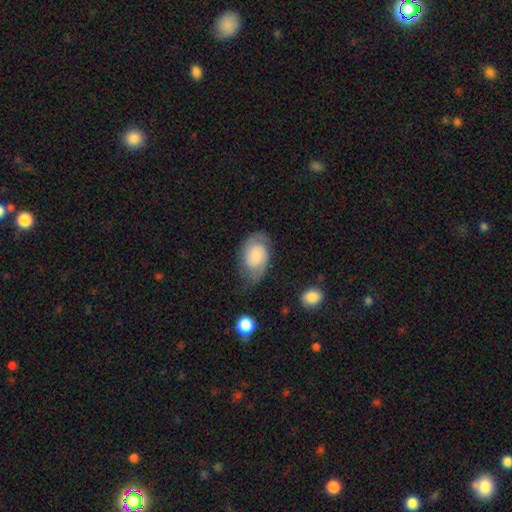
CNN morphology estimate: featured or disk 49%, smooth 43%, star or artifact 8%. Down the decision tree: merging — none (60%).